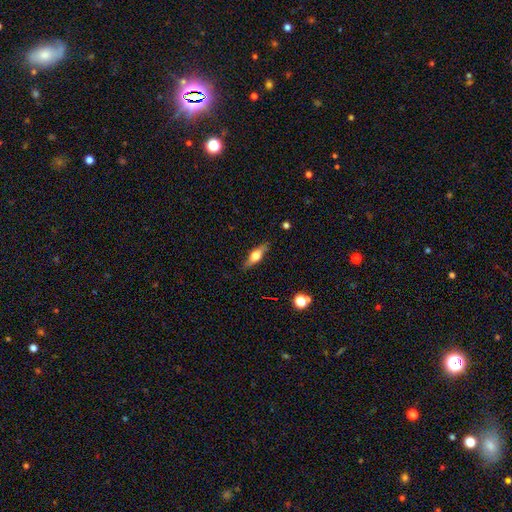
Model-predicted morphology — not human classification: Overall: featured or disk (50%; smooth 44%). Merging: none (86%).